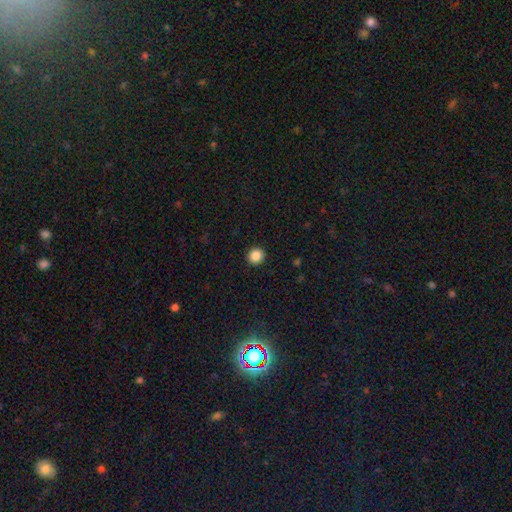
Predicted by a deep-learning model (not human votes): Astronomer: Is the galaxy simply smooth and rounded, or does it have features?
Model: smooth — 87%.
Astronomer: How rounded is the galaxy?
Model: round — 93%.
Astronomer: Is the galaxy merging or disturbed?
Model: none — 93%.